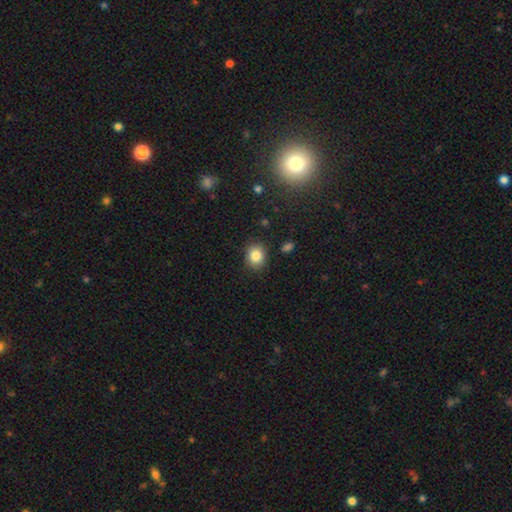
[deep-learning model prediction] Smooth or featured? Predicted: smooth (p=0.84). How rounded? Predicted: round (p=0.66). Merging? Predicted: none (p=0.88).